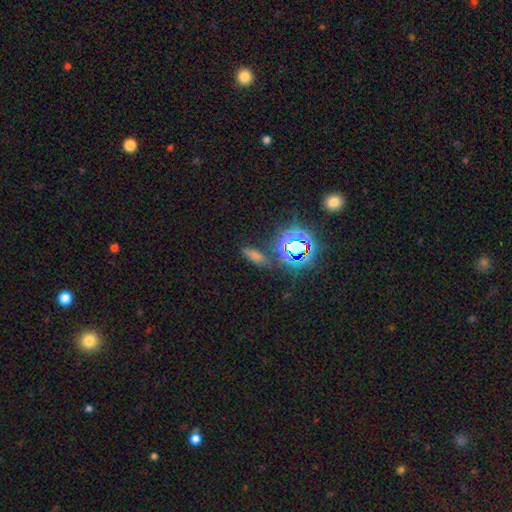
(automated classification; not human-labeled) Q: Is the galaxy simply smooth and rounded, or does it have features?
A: smooth — 50%.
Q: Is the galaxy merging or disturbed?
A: none — 77%.